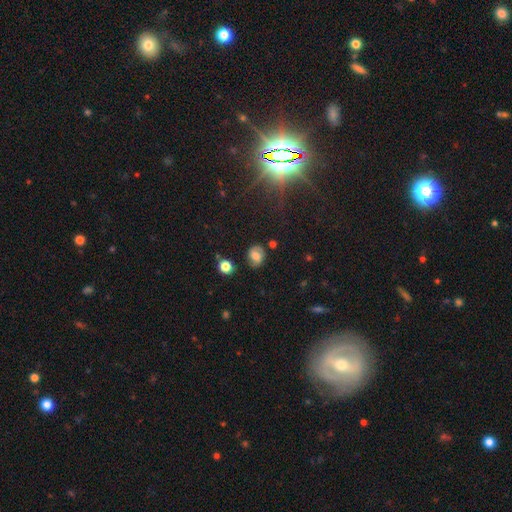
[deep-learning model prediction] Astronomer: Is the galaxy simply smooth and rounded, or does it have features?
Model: smooth — 56%.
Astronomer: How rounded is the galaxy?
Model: round — 55% (runner-up: in between, 44%).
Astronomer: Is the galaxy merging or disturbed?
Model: none — 73%.